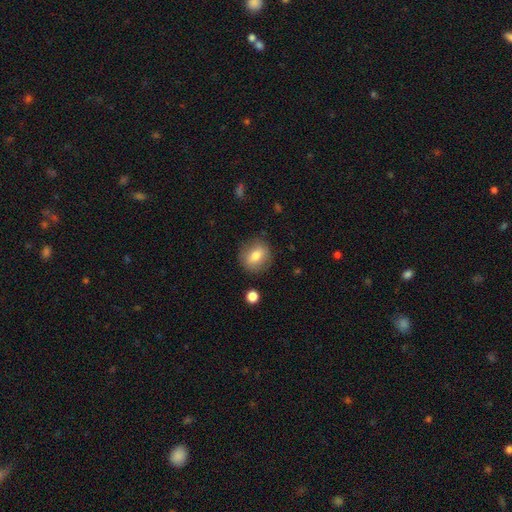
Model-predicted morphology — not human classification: type=smooth (75%); roundness=round (70%); merging=none (83%).